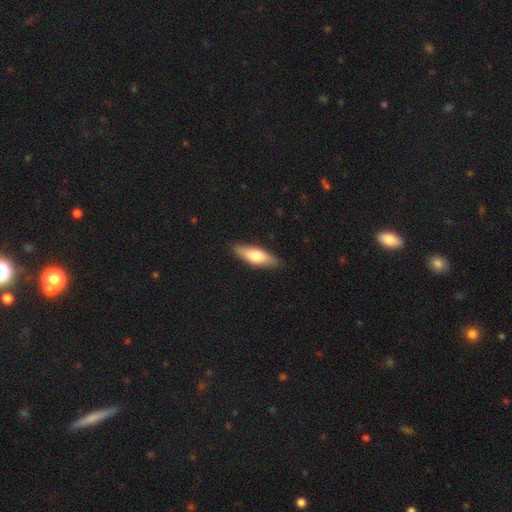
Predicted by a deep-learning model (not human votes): Smooth or featured: smooth — 69% (featured or disk — 25%)
How rounded: in between — 56% (cigar-shaped — 42%)
Merging: none — 86% (minor disturbance — 11%)